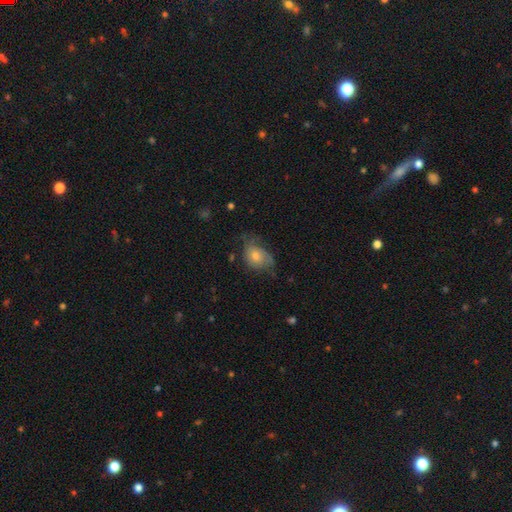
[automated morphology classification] The model was most divided on "smooth or featured": smooth: 53%, featured or disk: 37%, star or artifact: 10%. Remaining: how rounded — in between (61%); merging — none (50%).